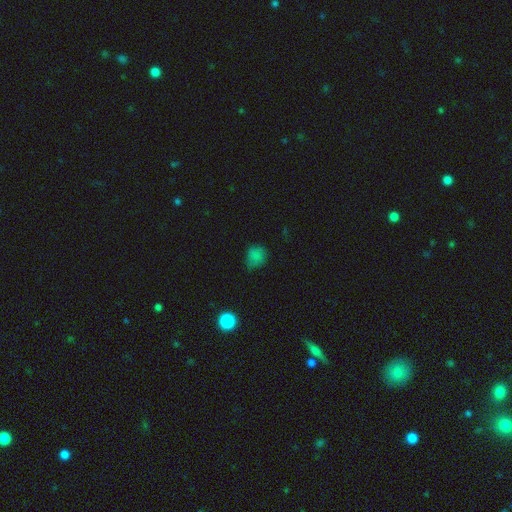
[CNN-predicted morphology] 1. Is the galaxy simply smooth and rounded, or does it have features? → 76% smooth, 18% star or artifact, 7% featured or disk.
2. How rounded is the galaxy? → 69% round, 30% in between, 1% cigar-shaped.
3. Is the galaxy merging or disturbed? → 62% none, 28% minor disturbance, 8% major disturbance, 2% merger.